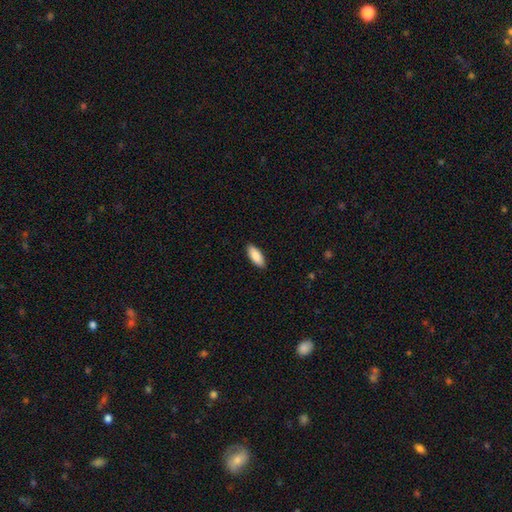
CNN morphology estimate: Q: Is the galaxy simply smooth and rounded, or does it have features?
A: smooth — 88%.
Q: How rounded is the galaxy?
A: in between — 81%.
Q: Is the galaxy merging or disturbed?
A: none — 89%.